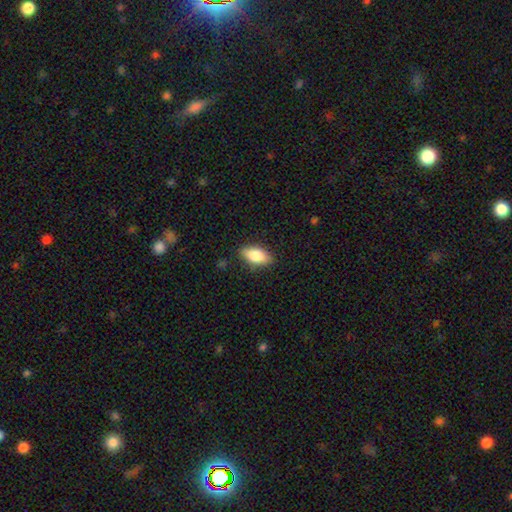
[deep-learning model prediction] smooth_or_featured: smooth (p=0.83) [alt: featured or disk p=0.11]
how_rounded: in between (p=0.88) [alt: cigar-shaped p=0.08]
merging: none (p=0.85) [alt: minor disturbance p=0.11]